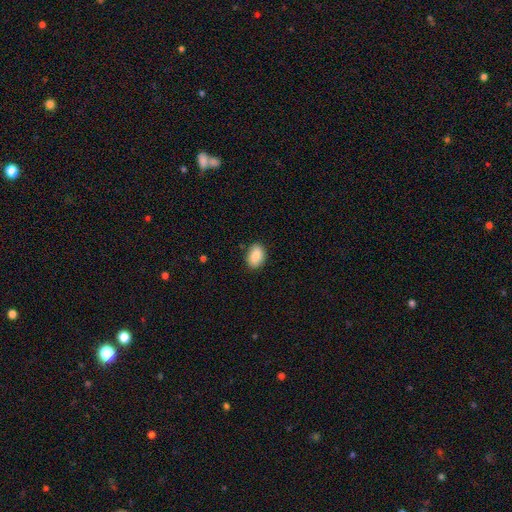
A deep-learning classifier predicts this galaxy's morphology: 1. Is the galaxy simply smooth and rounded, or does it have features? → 85% smooth, 8% featured or disk, 7% star or artifact.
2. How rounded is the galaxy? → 82% in between, 17% round, 1% cigar-shaped.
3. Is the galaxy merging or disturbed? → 85% none, 11% minor disturbance, 2% major disturbance, 1% merger.